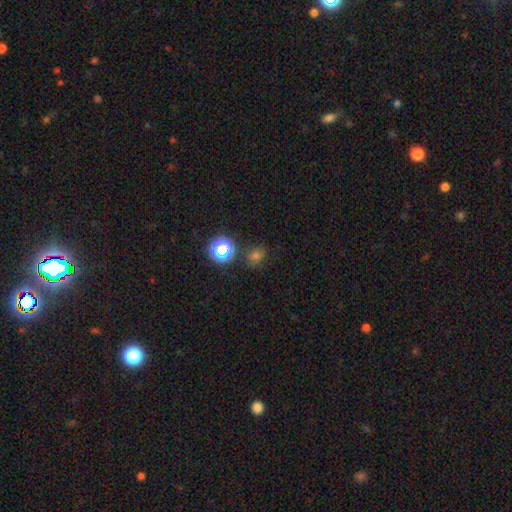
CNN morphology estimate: Smooth or featured? smooth (58%)
How rounded? round (69%)
Merging? none (78%)